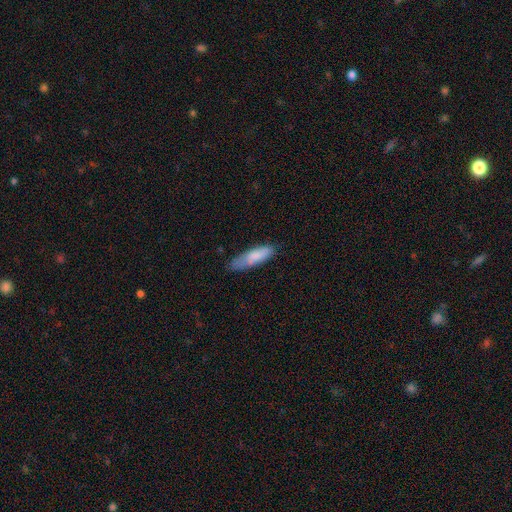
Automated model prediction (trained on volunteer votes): This appears to be a smooth galaxy with no disk features (80%) that is cigar-shaped (57%). Merging: none (63%).